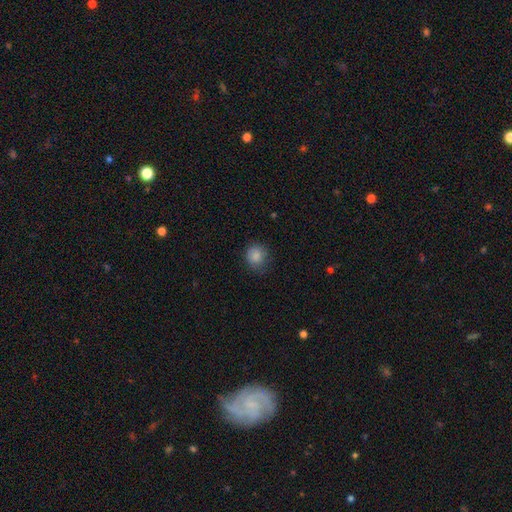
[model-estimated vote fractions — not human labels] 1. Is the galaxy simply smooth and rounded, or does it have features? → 85% smooth, 9% star or artifact, 5% featured or disk.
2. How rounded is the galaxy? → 81% round, 18% in between, 1% cigar-shaped.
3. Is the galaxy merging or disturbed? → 75% none, 19% minor disturbance, 5% major disturbance, 1% merger.